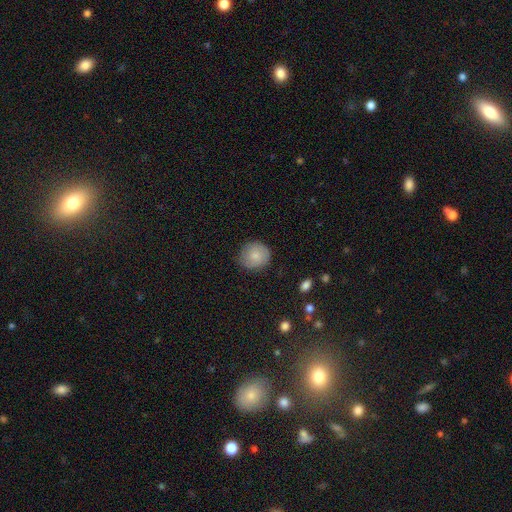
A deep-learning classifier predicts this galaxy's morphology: smooth-or-featured: smooth: 75% | featured or disk: 18% | star or artifact: 7%
  how-rounded: round: 86% | in between: 13% | cigar-shaped: 1%
  merging: none: 75% | minor disturbance: 19% | major disturbance: 4% | merger: 1%